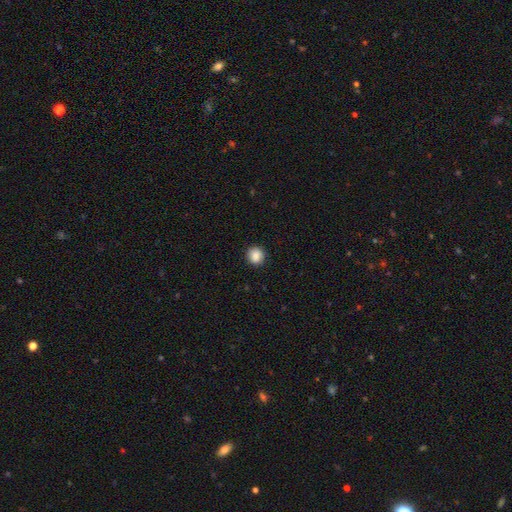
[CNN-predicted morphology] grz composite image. It shows a smooth galaxy with no disk features (86%) that is round (89%). Merging: none (89%).